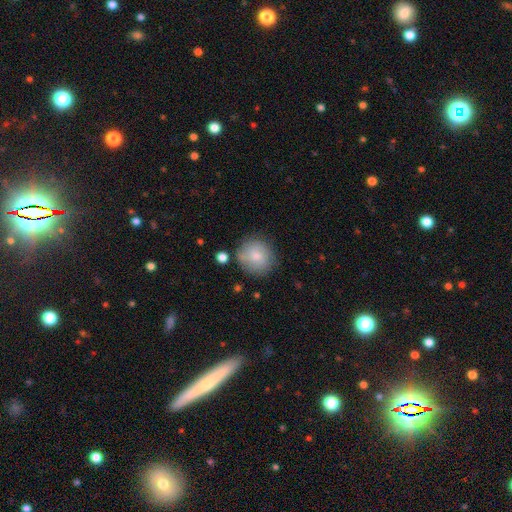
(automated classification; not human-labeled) Smooth or featured?
  - smooth: 77% *
  - featured or disk: 16%
  - star or artifact: 7%
How rounded?
  - round: 91% *
  - in between: 8%
  - cigar-shaped: 1%
Merging?
  - none: 77% *
  - minor disturbance: 15%
  - major disturbance: 4%
  - merger: 4%